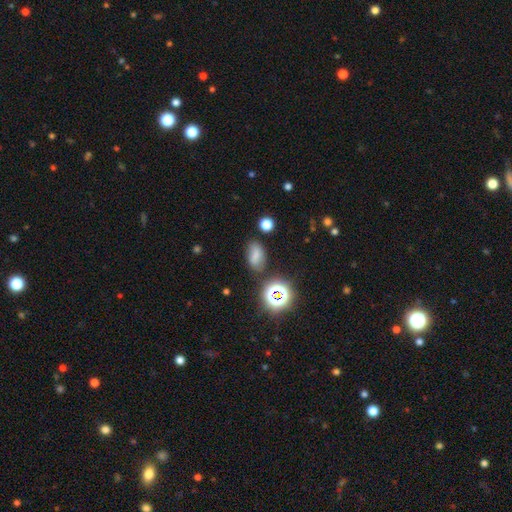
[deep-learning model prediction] smooth-or-featured: smooth: 69% | star or artifact: 19% | featured or disk: 12%
  how-rounded: in between: 86% | round: 12% | cigar-shaped: 3%
  merging: none: 73% | minor disturbance: 17% | major disturbance: 5% | merger: 5%